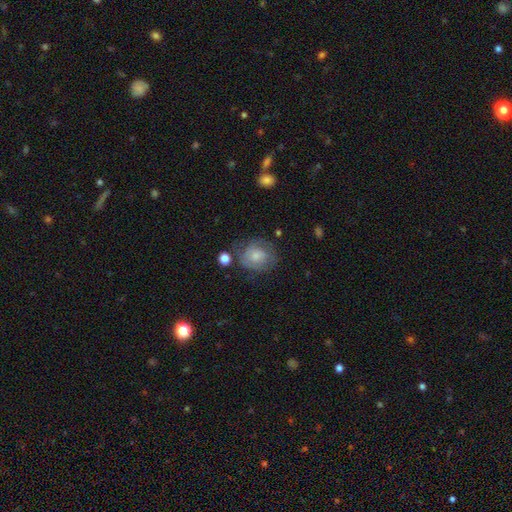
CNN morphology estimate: Smooth or featured? Predicted: smooth (p=0.53). How rounded? Predicted: round (p=0.67). Merging? Predicted: none (p=0.56).